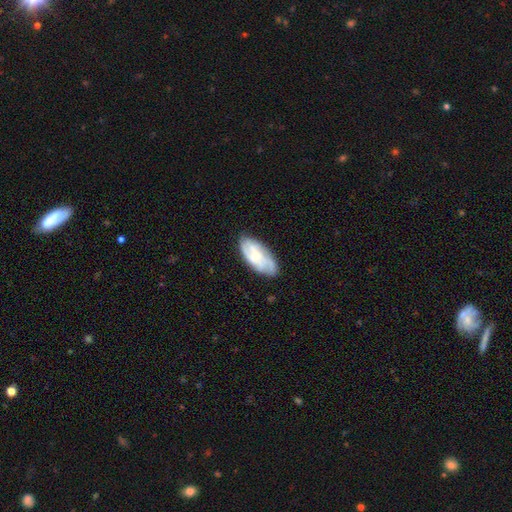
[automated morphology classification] This is possibly a featured or disk galaxy (60%). It is clearly not viewed edge-on (92%). Bar: likely no (62%). Spiral arm pattern: clearly yes (83%). Central bulge: possibly small (60%). Merging: likely none (73%).